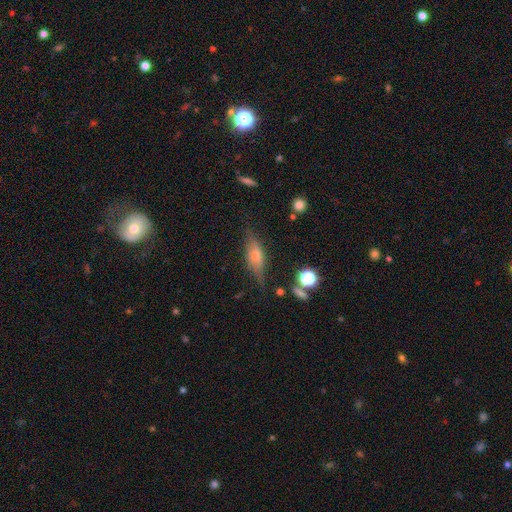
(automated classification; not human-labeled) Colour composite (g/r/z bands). It shows a featured or disk galaxy (50%) viewed edge-on (89%). Merging: none (73%).